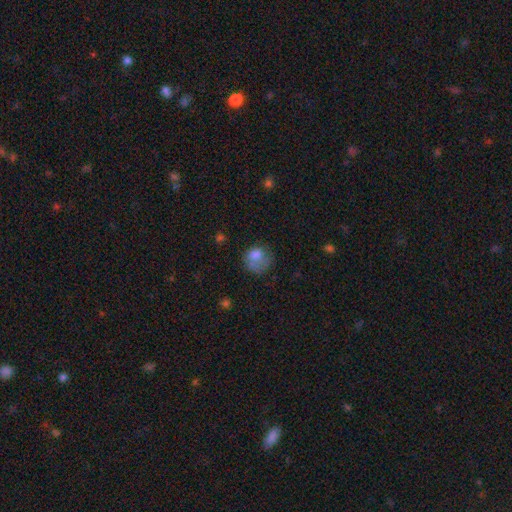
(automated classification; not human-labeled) Q: Smooth or featured?
A: smooth (75%); runner-up: featured or disk (15%)
Q: How rounded?
A: round (73%); runner-up: in between (26%)
Q: Merging?
A: none (43%); runner-up: minor disturbance (28%)